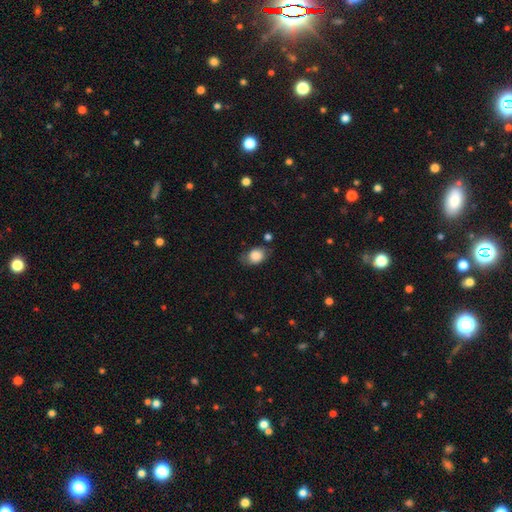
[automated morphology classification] Smooth or featured? smooth (82%)
How rounded? in between (71%)
Merging? none (62%)